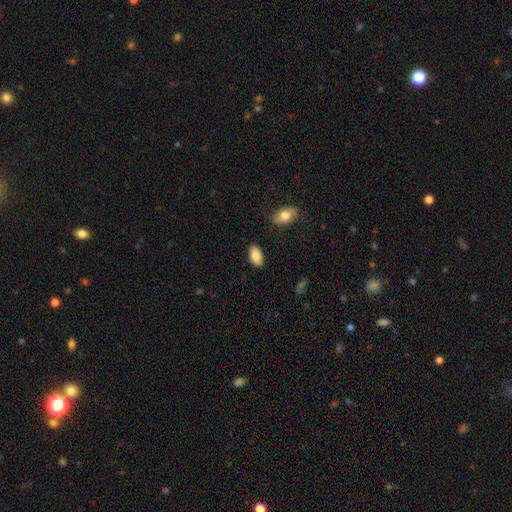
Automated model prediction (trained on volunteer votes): Smooth or featured: smooth — 84% (featured or disk — 9%)
How rounded: in between — 94% (round — 3%)
Merging: none — 87% (minor disturbance — 9%)